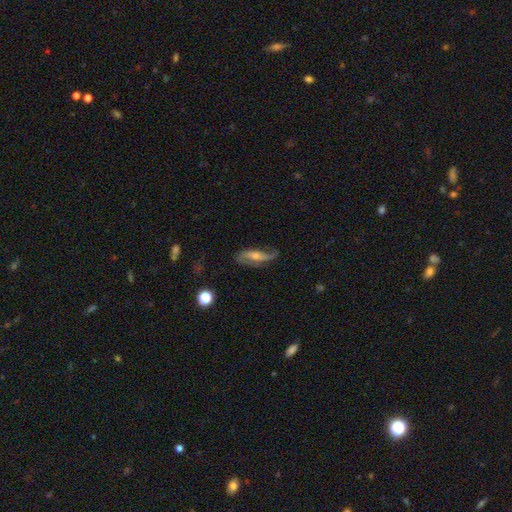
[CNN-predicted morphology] This appears to be a featured or disk galaxy (73%) with no bar (43%), 2 (82%) loose (63%) spiral arms (91%) and a moderate central bulge (48%). Merging: none (66%).